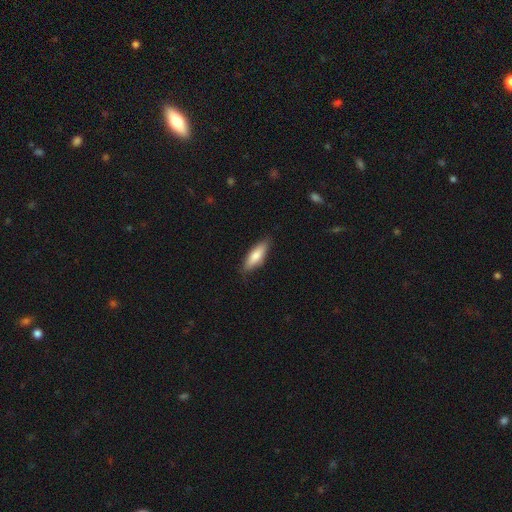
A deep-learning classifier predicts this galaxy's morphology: The model was most divided on "how rounded": in between: 53%, cigar-shaped: 45%, round: 2%. More confident: merging — none (83%); smooth or featured — smooth (76%).